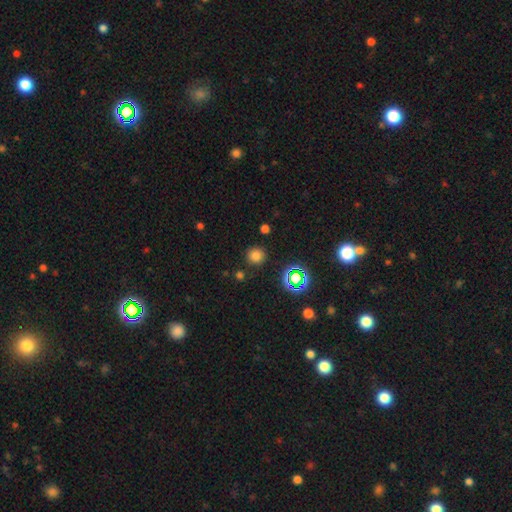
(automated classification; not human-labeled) Smooth or featured? smooth (73%)
How rounded? round (92%)
Merging? none (86%)